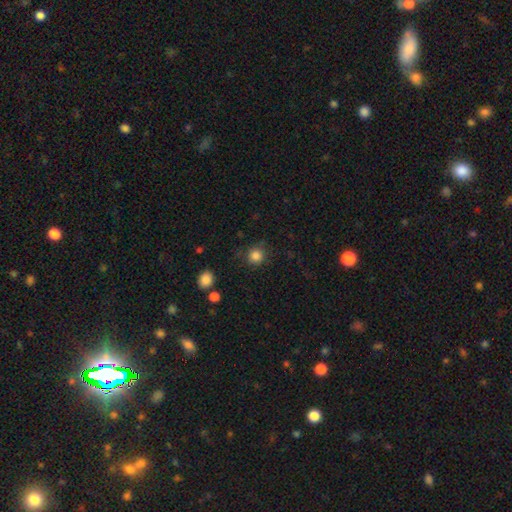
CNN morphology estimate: type=smooth (84%); roundness=round (92%); merging=none (82%).